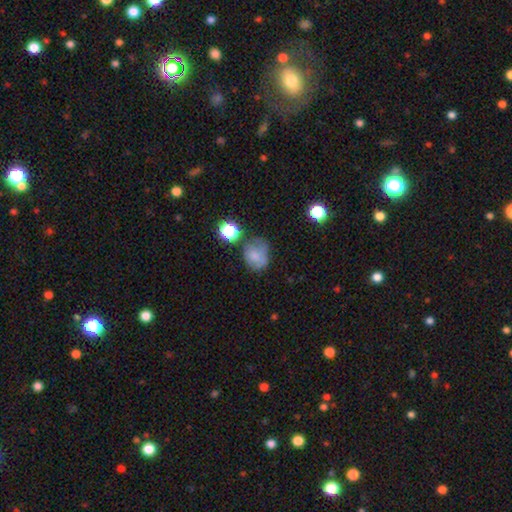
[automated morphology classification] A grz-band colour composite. It shows a smooth galaxy with no disk features (66%) that is round (56%). Merging: none (41%).